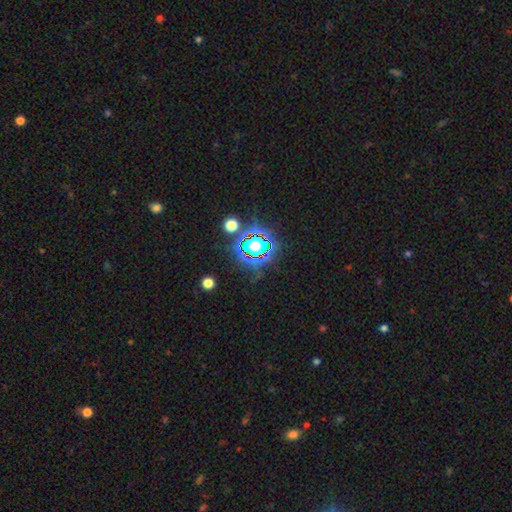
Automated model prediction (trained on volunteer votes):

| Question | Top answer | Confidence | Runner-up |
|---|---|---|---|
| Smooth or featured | star or artifact | 80% | smooth (12%) |